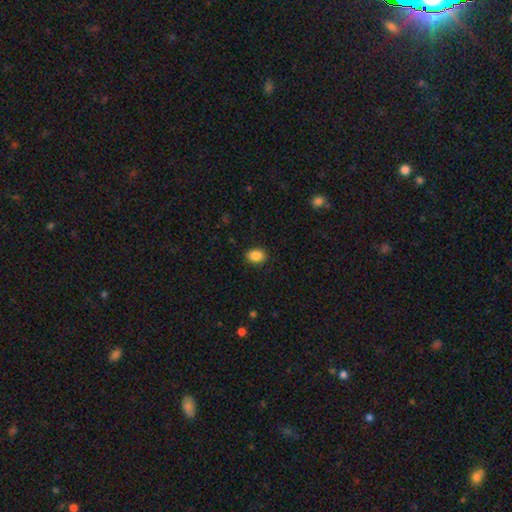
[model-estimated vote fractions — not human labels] A smooth galaxy with no disk features (88%) that is in between round and cigar-shaped (70%). Merging: none (88%).